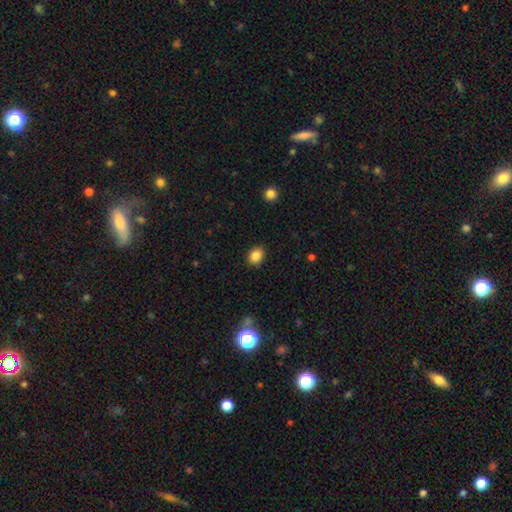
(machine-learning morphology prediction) type=smooth (86%); roundness=in between (59%); merging=none (87%).